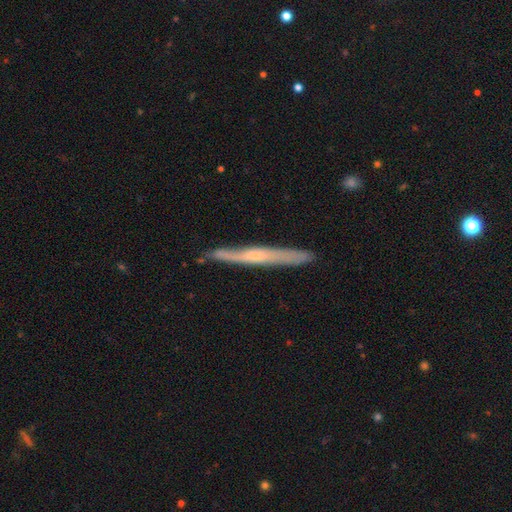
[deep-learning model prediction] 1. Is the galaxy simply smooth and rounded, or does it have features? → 59% featured or disk, 36% smooth, 5% star or artifact.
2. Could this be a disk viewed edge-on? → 92% yes, 8% no.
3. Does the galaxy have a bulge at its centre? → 57% none, 36% rounded, 7% boxy.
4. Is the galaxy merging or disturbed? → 80% none, 15% minor disturbance, 2% major disturbance, 2% merger.